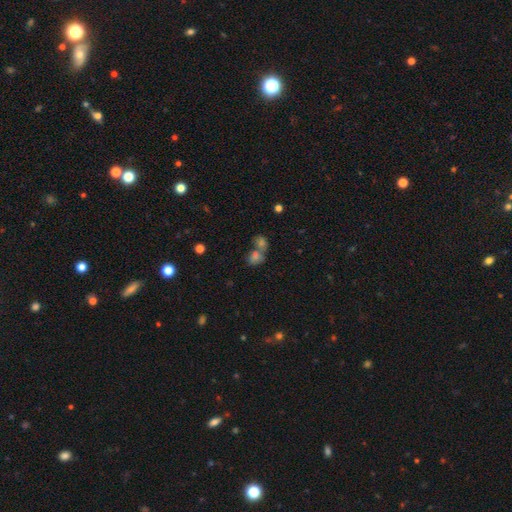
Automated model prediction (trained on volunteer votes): A smooth galaxy with no disk features (62%) that is in between round and cigar-shaped (49%, tied with round). Merging: merger (50%).